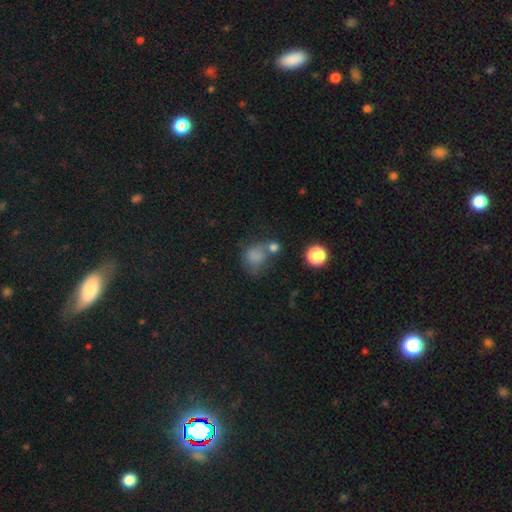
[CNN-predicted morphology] A smooth galaxy with no disk features (76%) that is round (68%).

Vote fractions:
- Smooth or featured? smooth: 76% / star or artifact: 13% / featured or disk: 11%
- How rounded? round: 68% / in between: 31% / cigar-shaped: 1%
- Merging? none: 36% / merger: 30% / minor disturbance: 19% / major disturbance: 15%